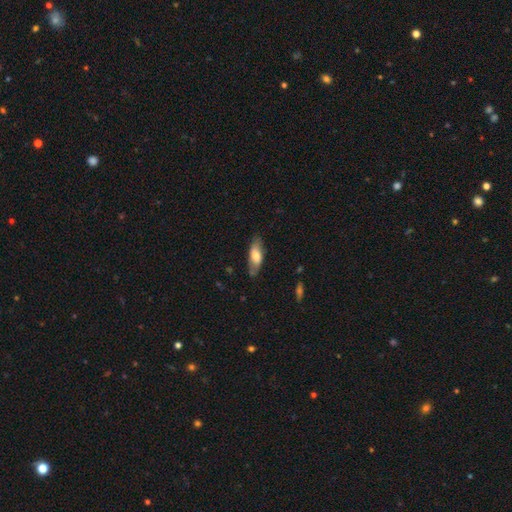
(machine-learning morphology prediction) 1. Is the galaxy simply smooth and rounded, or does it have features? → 65% smooth, 29% featured or disk, 6% star or artifact.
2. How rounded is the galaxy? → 68% in between, 30% cigar-shaped, 2% round.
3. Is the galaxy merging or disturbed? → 77% none, 18% minor disturbance, 4% major disturbance, 1% merger.